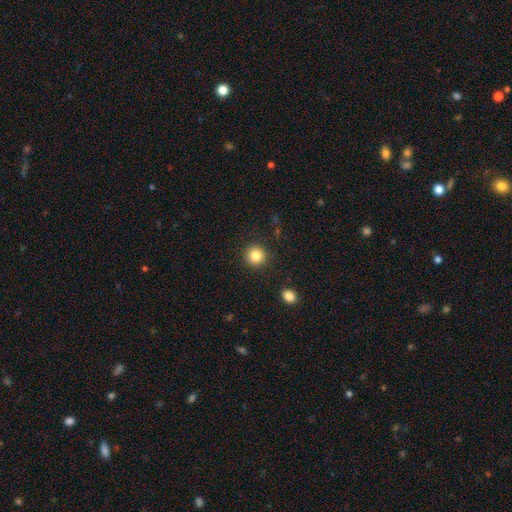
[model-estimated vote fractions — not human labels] The model was most divided on "smooth or featured": smooth: 84%, star or artifact: 10%, featured or disk: 6%. More confident: how rounded — round (94%); merging — none (90%).